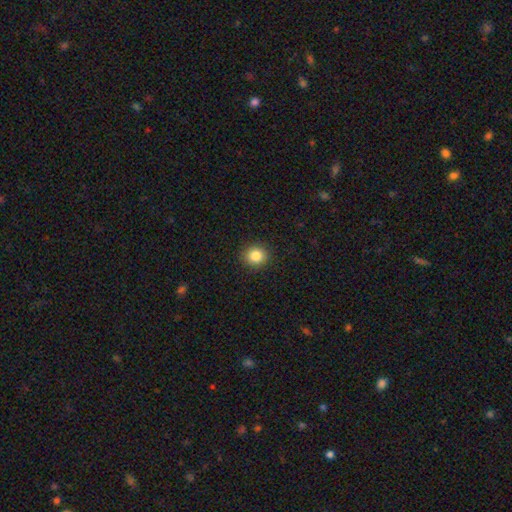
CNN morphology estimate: A smooth galaxy with no disk features (85%) that is round (87%).

Vote fractions:
- Smooth or featured? smooth: 85% / star or artifact: 10% / featured or disk: 5%
- How rounded? round: 87% / in between: 12% / cigar-shaped: 1%
- Merging? none: 91% / minor disturbance: 6% / major disturbance: 2% / merger: 1%